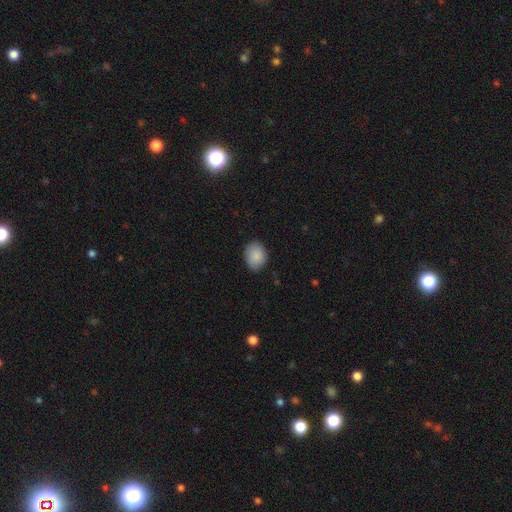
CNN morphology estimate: smooth_or_featured: smooth (p=0.89) [alt: star or artifact p=0.07]
how_rounded: in between (p=0.62) [alt: round p=0.37]
merging: none (p=0.83) [alt: minor disturbance p=0.14]